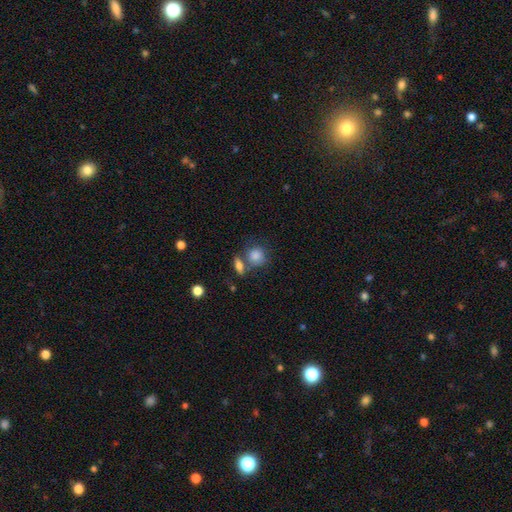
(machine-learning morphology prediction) This is clearly a smooth galaxy (84%). How rounded: likely round (76%). Merging: possibly none (54%).